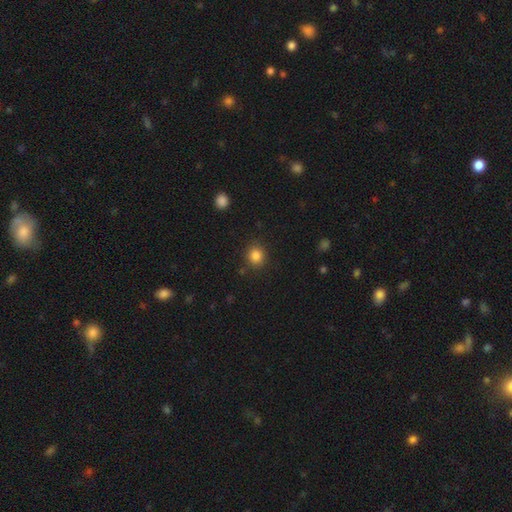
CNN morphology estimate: type=smooth (85%); roundness=round (83%); merging=none (87%).